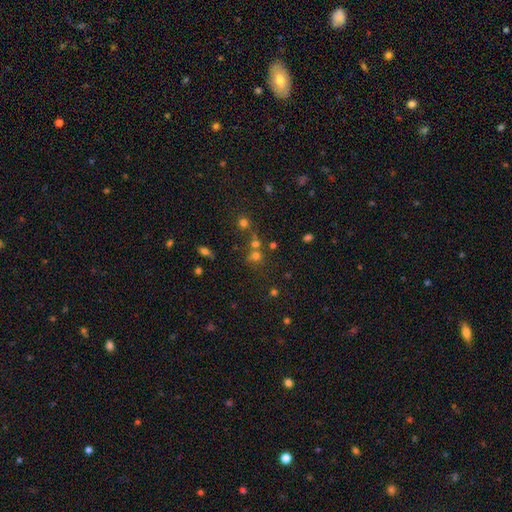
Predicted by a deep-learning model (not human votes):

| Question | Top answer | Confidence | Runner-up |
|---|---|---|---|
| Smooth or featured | smooth | 51% | star or artifact (38%) |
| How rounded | round | 84% | in between (15%) |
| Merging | none | 57% | merger (31%) |